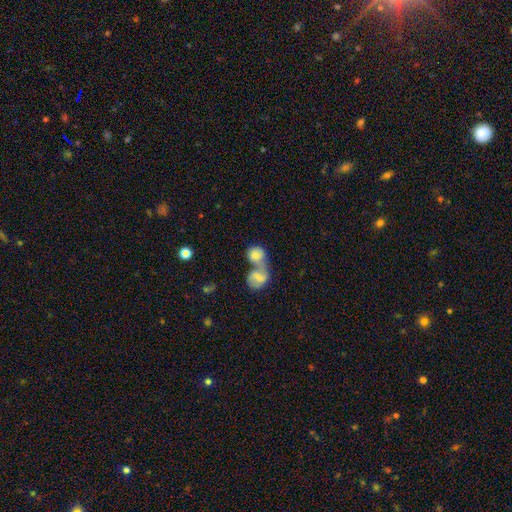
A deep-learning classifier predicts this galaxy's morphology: Smooth or featured: smooth — 68% (featured or disk — 23%)
How rounded: round — 60% (in between — 38%)
Merging: merger — 76% (none — 15%)